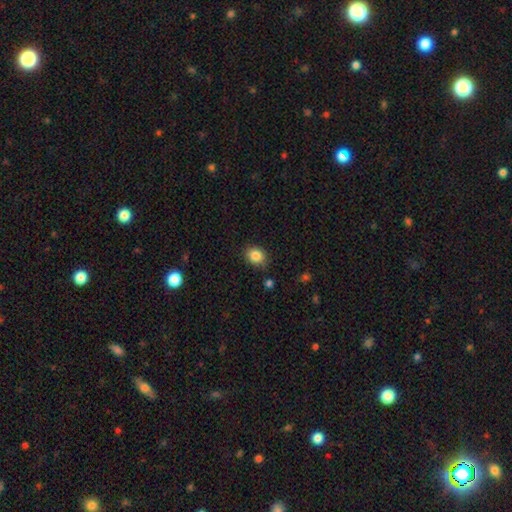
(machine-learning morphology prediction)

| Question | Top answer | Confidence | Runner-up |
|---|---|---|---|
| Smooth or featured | smooth | 85% | star or artifact (10%) |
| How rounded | round | 55% | in between (44%) |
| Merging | none | 84% | minor disturbance (12%) |